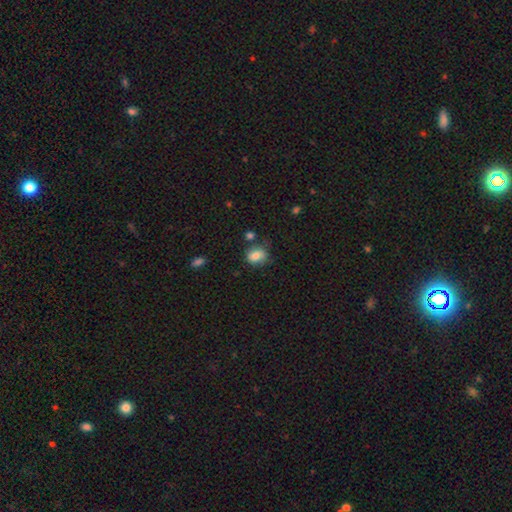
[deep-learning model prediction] Smooth or featured? smooth (75%)
How rounded? round (56%)
Merging? none (64%)